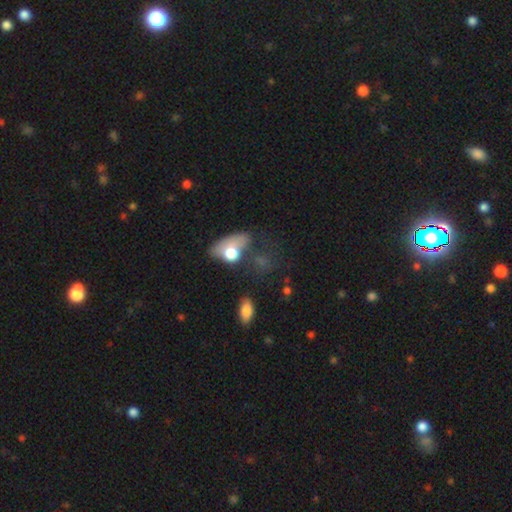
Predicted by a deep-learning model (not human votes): The model was most divided on "merging" (2-way tie): none: 31%, merger: 31%, major disturbance: 21%, minor disturbance: 16%. Remaining: smooth or featured — smooth (42%).